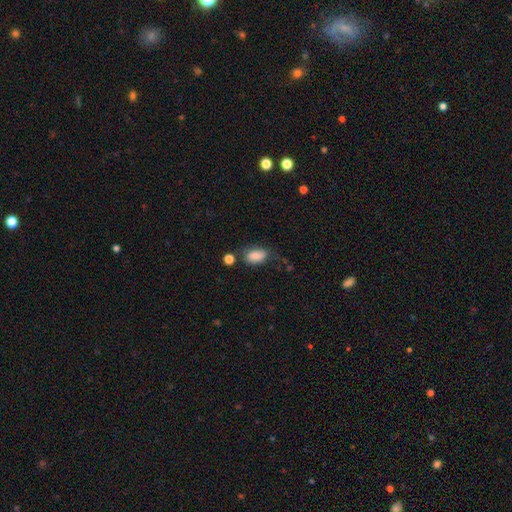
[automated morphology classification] smooth 84%, star or artifact 8%, featured or disk 8%. Down the decision tree: how rounded — in between (90%); merging — none (59%).